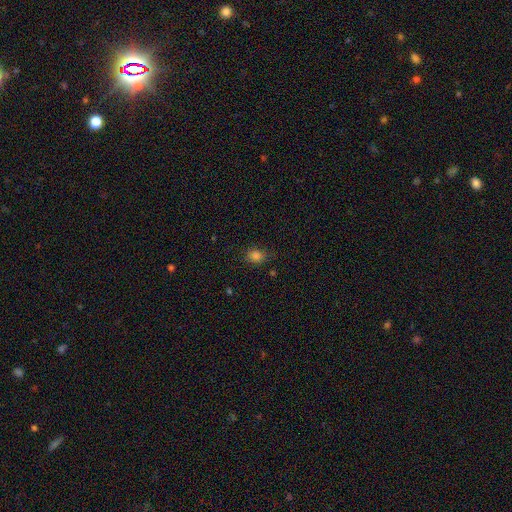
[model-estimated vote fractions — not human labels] Smooth or featured? Predicted: smooth (p=0.81). How rounded? Predicted: round (p=0.53). Merging? Predicted: none (p=0.78).